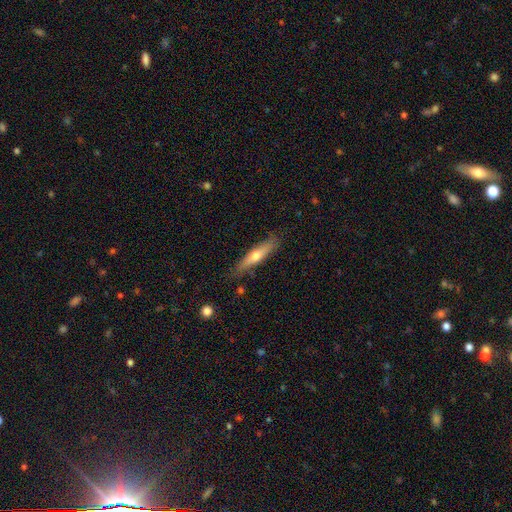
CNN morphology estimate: This is possibly a smooth galaxy (49%). Merging: likely none (80%).